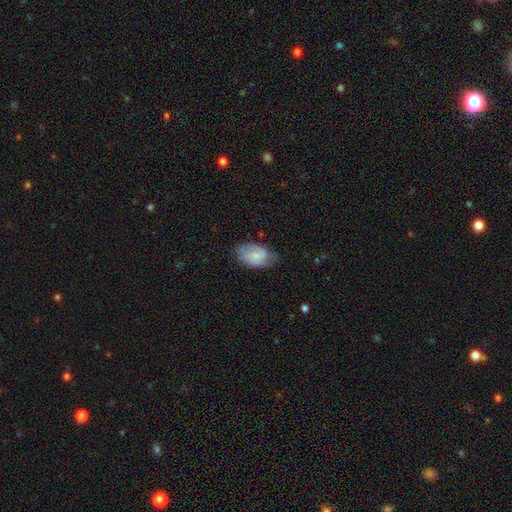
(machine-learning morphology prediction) Smooth or featured? Predicted: smooth (p=0.58). How rounded? Predicted: in between (p=0.89). Merging? Predicted: none (p=0.63).